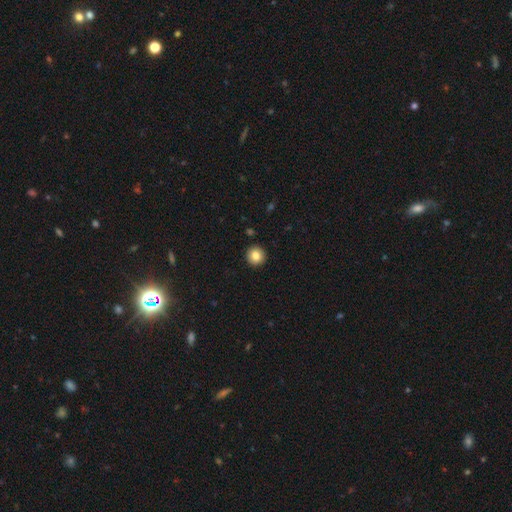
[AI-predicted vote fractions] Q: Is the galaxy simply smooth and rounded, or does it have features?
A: smooth — 84%.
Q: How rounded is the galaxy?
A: round — 95%.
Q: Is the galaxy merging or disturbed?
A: none — 93%.